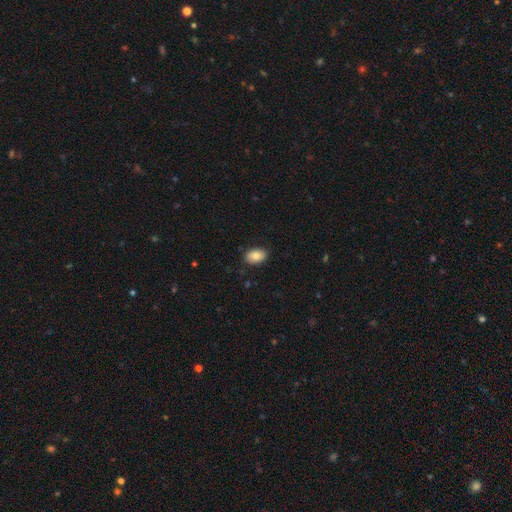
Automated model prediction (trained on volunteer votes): Smooth or featured? Predicted: smooth (p=0.82). How rounded? Predicted: in between (p=0.85). Merging? Predicted: none (p=0.86).